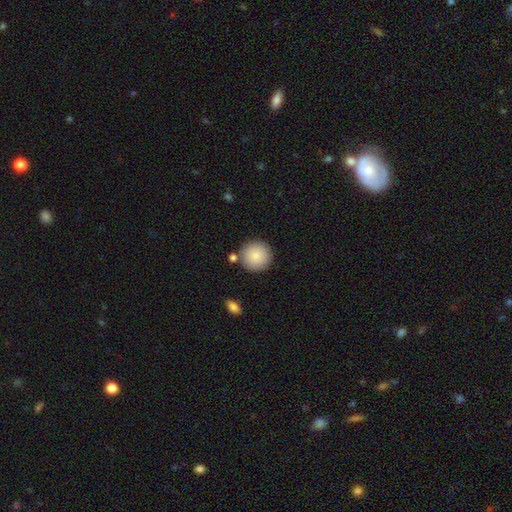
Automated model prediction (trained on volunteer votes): This appears to be a smooth galaxy with no disk features (85%) that is round (96%). Merging: none (85%).